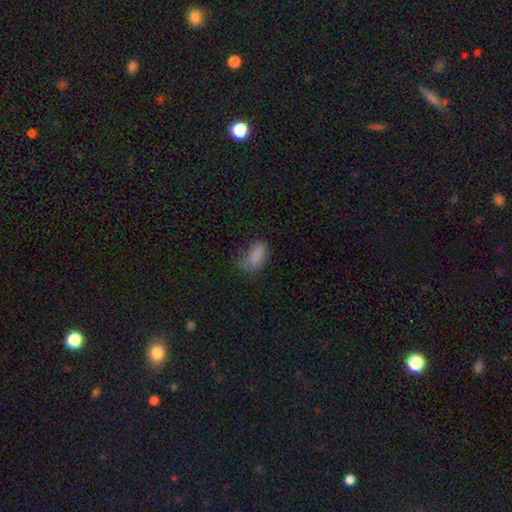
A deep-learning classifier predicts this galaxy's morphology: This is likely a smooth galaxy (80%). How rounded: clearly in between (90%). Merging: marginally none (44%).